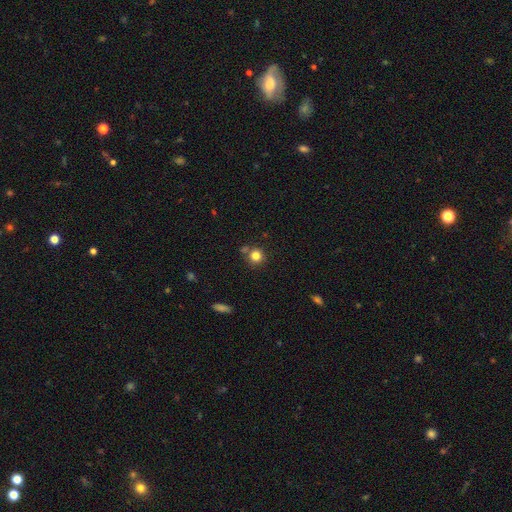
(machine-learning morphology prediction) smooth-or-featured: smooth: 80% | star or artifact: 13% | featured or disk: 7%
  how-rounded: round: 91% | in between: 8% | cigar-shaped: 1%
  merging: none: 72% | merger: 15% | minor disturbance: 9% | major disturbance: 3%